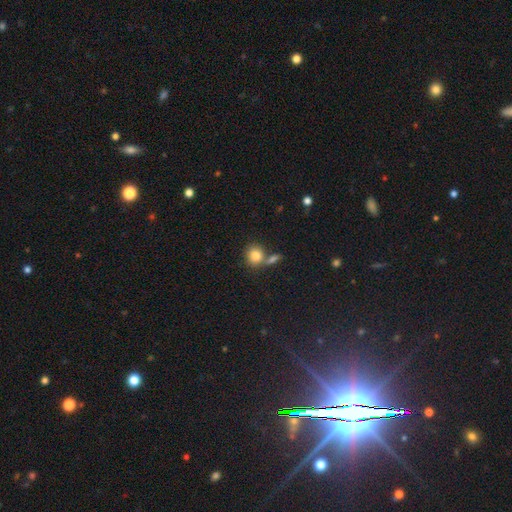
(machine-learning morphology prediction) Q: Smooth or featured?
A: smooth (82%); runner-up: star or artifact (9%)
Q: How rounded?
A: round (78%); runner-up: in between (21%)
Q: Merging?
A: none (53%); runner-up: merger (32%)